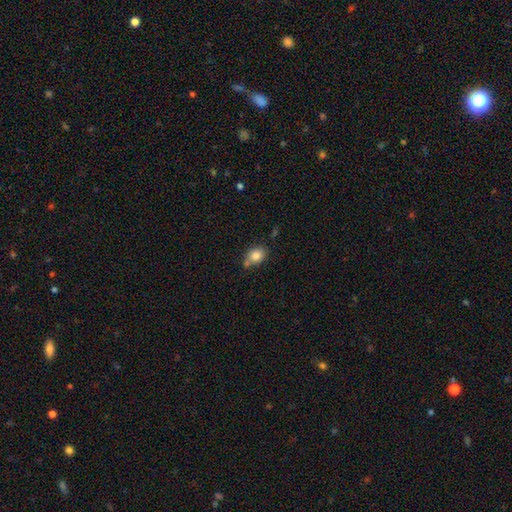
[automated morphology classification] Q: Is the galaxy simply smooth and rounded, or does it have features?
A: smooth — 83%.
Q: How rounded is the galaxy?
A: in between — 63%.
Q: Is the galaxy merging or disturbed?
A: none — 56%.